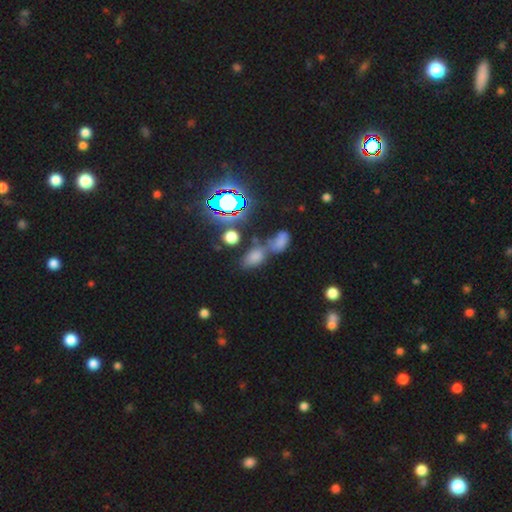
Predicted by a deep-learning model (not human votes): The model was most divided on "merging": none: 42%, merger: 41%, minor disturbance: 11%, major disturbance: 6%. Remaining: smooth or featured — smooth (48%).